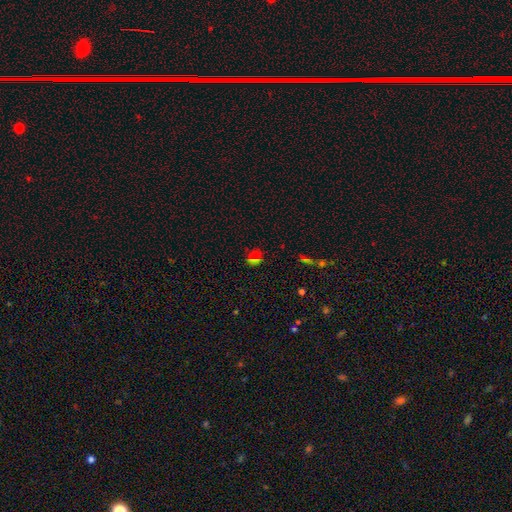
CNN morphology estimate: This appears to be a smooth galaxy with no disk features (47%). Merging: none (71%).